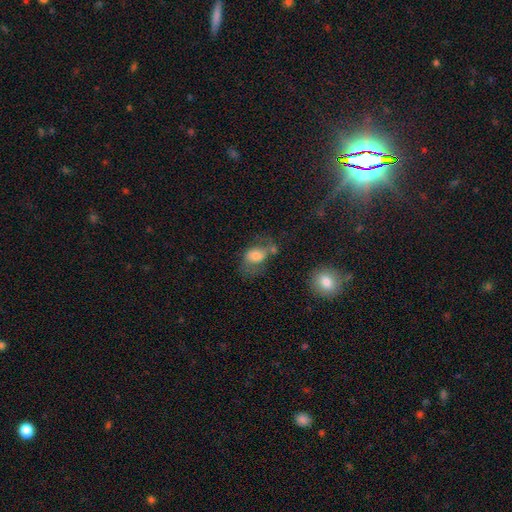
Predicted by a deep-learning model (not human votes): Overall: smooth (64%; featured or disk 27%). How rounded: in between (77%). Merging: none (39%; minor disturbance 25%).